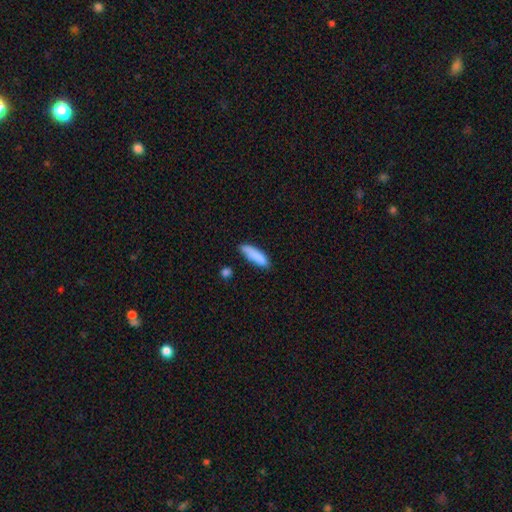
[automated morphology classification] smooth-or-featured: smooth: 83% | featured or disk: 10% | star or artifact: 7%
  how-rounded: cigar-shaped: 59% | in between: 39% | round: 2%
  merging: none: 57% | minor disturbance: 28% | major disturbance: 8% | merger: 7%